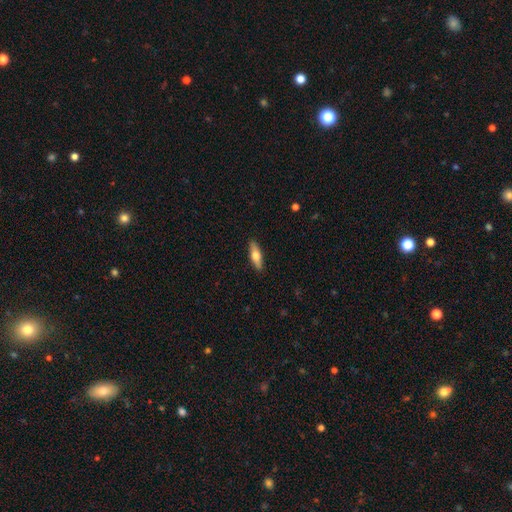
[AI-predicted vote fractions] smooth 60%, featured or disk 34%, star or artifact 6%. Down the decision tree: how rounded — cigar-shaped (53%); merging — none (89%).